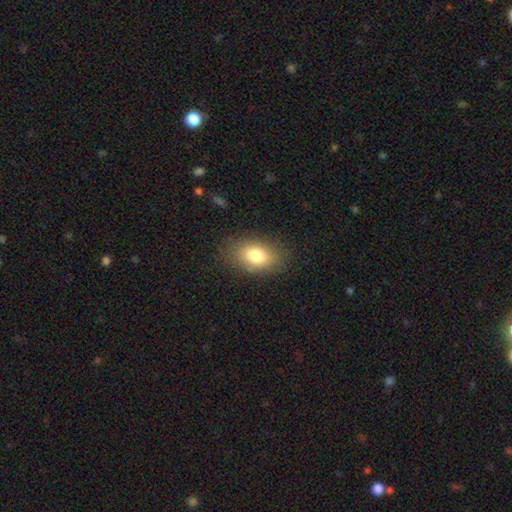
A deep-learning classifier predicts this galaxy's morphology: This is likely a smooth galaxy (79%). How rounded: clearly in between (83%). Merging: clearly none (82%).